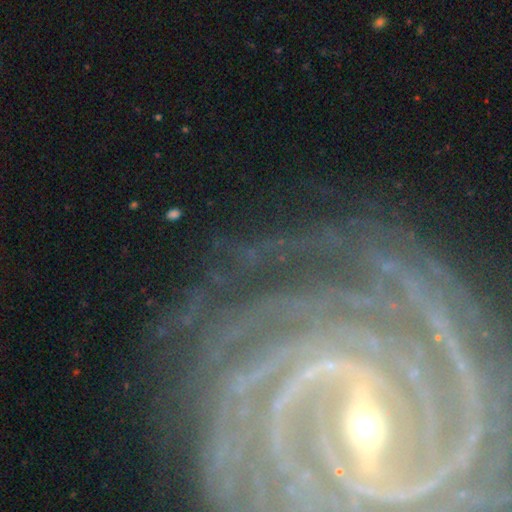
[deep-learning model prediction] A featured or disk galaxy (87%) with a strong bar (58%), more than 4 (23%) tight (77%) spiral arms (96%) and a small central bulge (67%). Merging: none (75%).